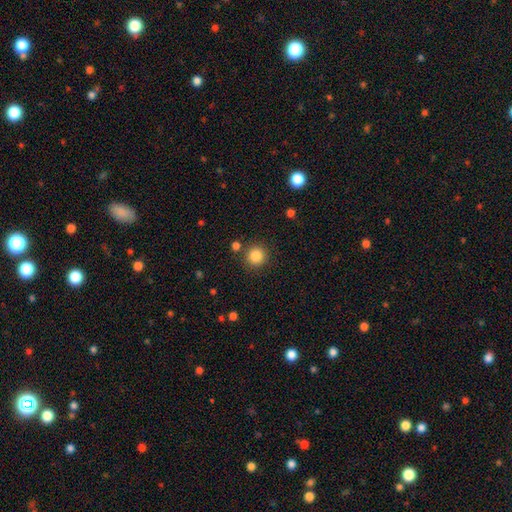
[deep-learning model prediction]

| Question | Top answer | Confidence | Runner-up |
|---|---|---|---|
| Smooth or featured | smooth | 86% | star or artifact (10%) |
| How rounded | round | 94% | in between (6%) |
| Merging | none | 86% | minor disturbance (7%) |